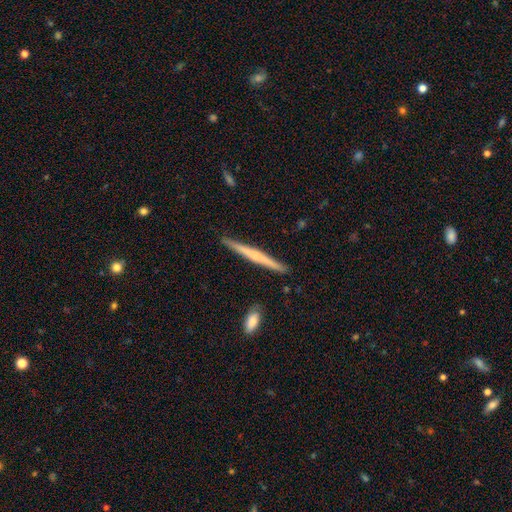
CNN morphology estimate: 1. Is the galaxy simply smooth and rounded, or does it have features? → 52% featured or disk, 42% smooth, 6% star or artifact.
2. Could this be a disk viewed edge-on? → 98% yes, 2% no.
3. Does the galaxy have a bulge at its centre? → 58% none, 33% rounded, 8% boxy.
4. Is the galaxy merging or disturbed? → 90% none, 7% minor disturbance, 1% merger, 1% major disturbance.